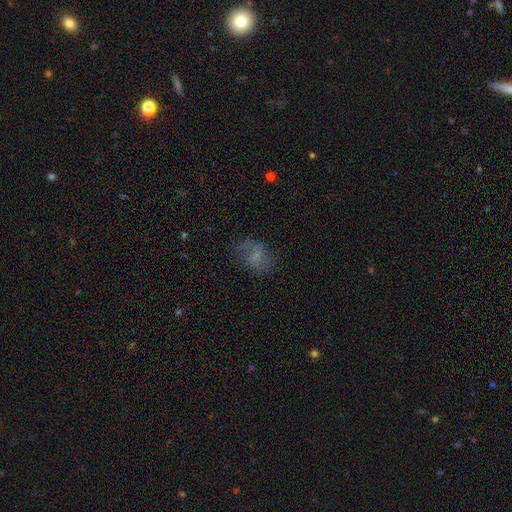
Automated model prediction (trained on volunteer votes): This is possibly a featured or disk galaxy (48%). Merging: likely none (62%).